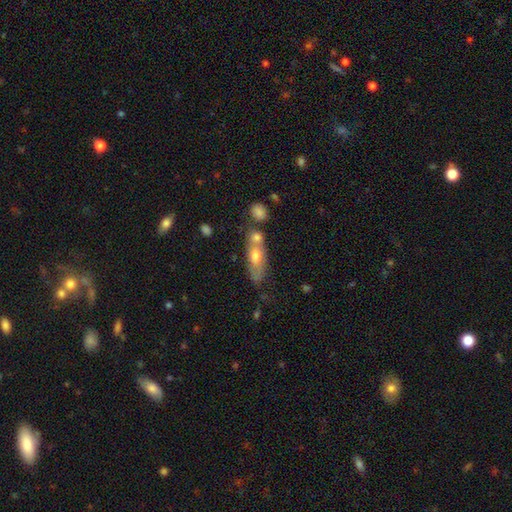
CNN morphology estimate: Q: Smooth or featured?
A: smooth (53%); runner-up: featured or disk (39%)
Q: How rounded?
A: in between (62%); runner-up: cigar-shaped (33%)
Q: Merging?
A: none (44%); runner-up: merger (31%)